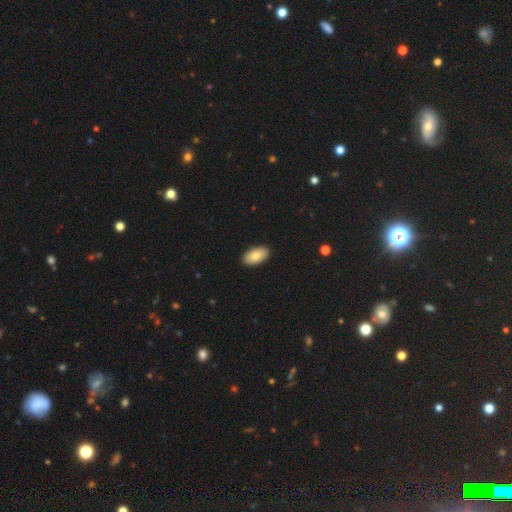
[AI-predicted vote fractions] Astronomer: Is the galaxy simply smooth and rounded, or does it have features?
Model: smooth — 81%.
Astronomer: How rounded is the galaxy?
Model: in between — 95%.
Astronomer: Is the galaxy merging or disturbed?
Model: none — 90%.